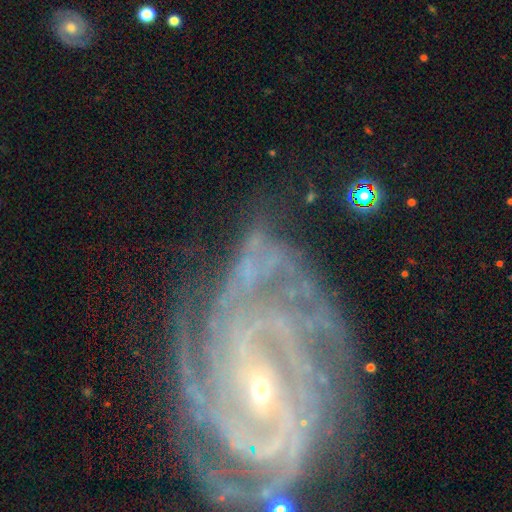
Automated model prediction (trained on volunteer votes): Morphology: type=featured or disk (71%); edge-on=no (95%); bar=no (48%); spiral arms=yes (86%); winding=tight (63%); arm count=can't tell (31%); bulge=small (59%); merging=none (57%).